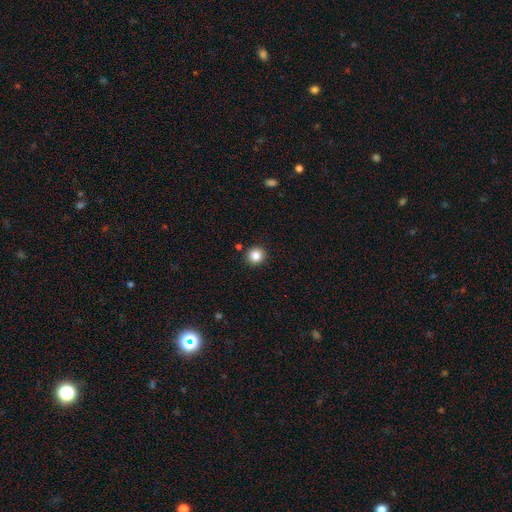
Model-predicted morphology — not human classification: Smooth or featured?
  - smooth: 84% *
  - star or artifact: 11%
  - featured or disk: 5%
How rounded?
  - round: 94% *
  - in between: 5%
  - cigar-shaped: 1%
Merging?
  - none: 90% *
  - minor disturbance: 6%
  - merger: 2%
  - major disturbance: 2%